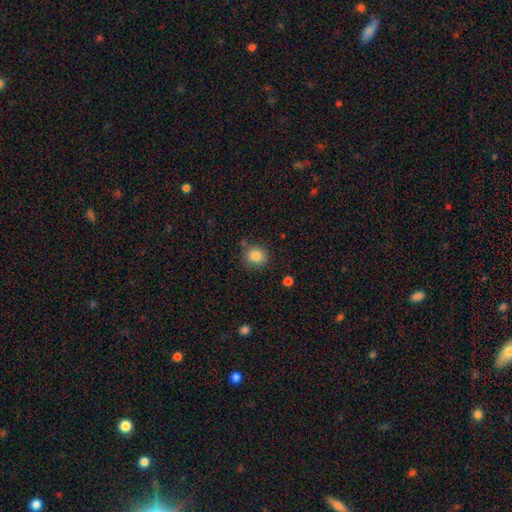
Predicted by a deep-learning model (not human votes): A smooth galaxy with no disk features (84%) that is round (85%). Merging: none (80%).